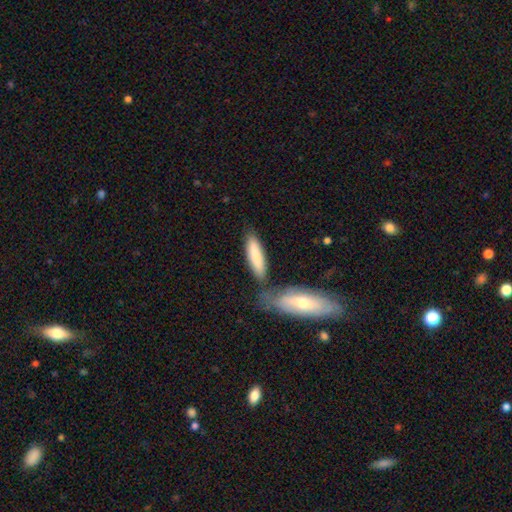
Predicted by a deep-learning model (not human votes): Smooth or featured? smooth (82%)
How rounded? cigar-shaped (71%)
Merging? none (61%)